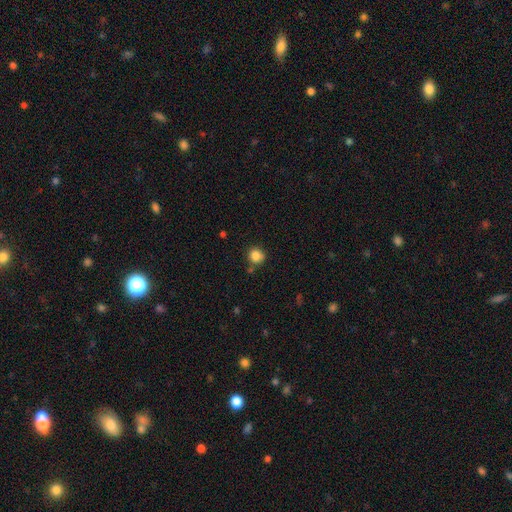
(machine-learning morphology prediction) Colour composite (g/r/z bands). It shows a smooth galaxy with no disk features (85%) that is round (85%). Merging: none (77%).